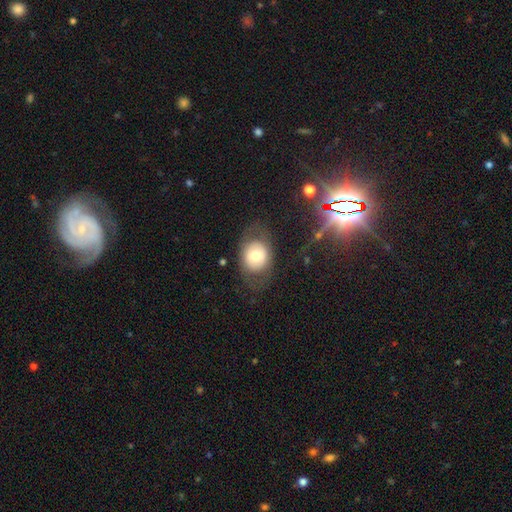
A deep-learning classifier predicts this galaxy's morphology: Smooth or featured? smooth (60%)
How rounded? round (51%)
Merging? none (70%)